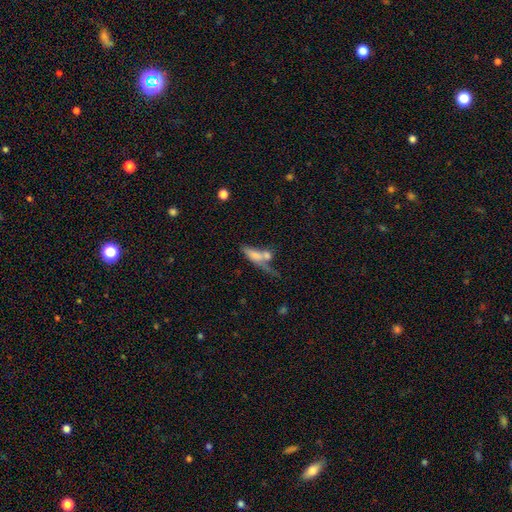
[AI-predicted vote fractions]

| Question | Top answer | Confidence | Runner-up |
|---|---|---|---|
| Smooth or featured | smooth | 62% | featured or disk (28%) |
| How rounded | in between | 53% | cigar-shaped (41%) |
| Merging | merger | 50% | none (22%) |